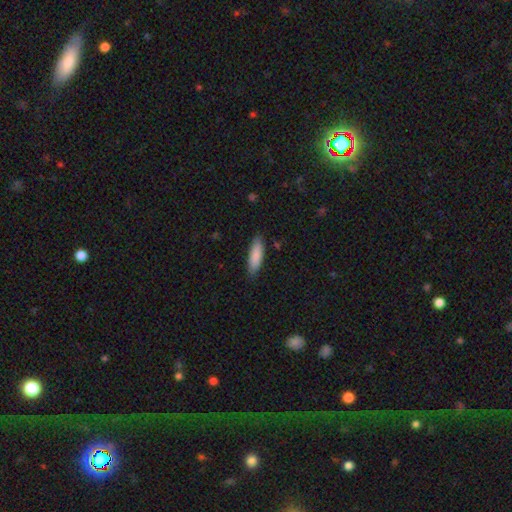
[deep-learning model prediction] Smooth or featured? smooth (87%)
How rounded? cigar-shaped (50%)
Merging? none (85%)